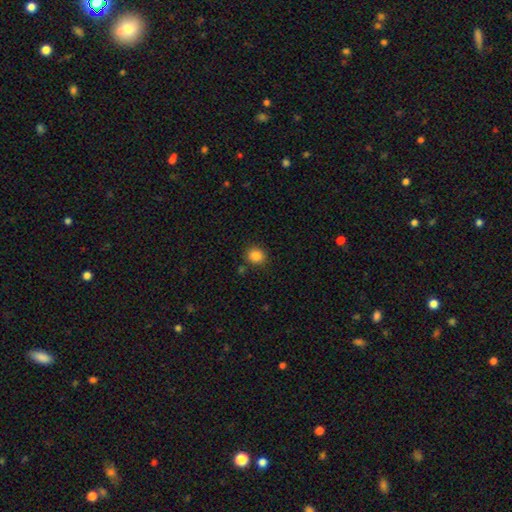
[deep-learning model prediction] Q: Smooth or featured?
A: smooth (86%); runner-up: star or artifact (11%)
Q: How rounded?
A: round (79%); runner-up: in between (20%)
Q: Merging?
A: none (85%); runner-up: minor disturbance (9%)